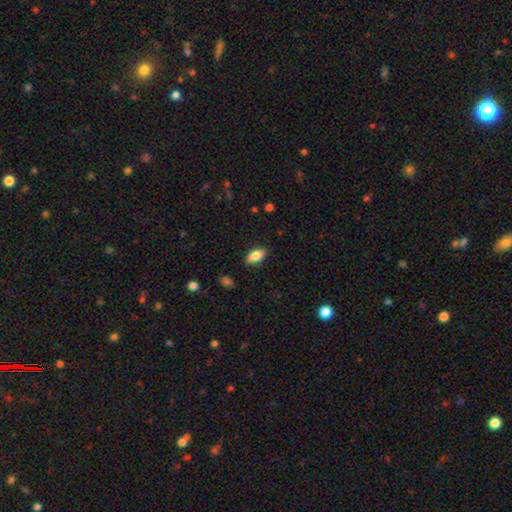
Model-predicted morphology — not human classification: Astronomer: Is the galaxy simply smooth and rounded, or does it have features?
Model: smooth — 82%.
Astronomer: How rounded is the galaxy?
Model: in between — 90%.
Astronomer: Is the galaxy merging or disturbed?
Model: none — 87%.